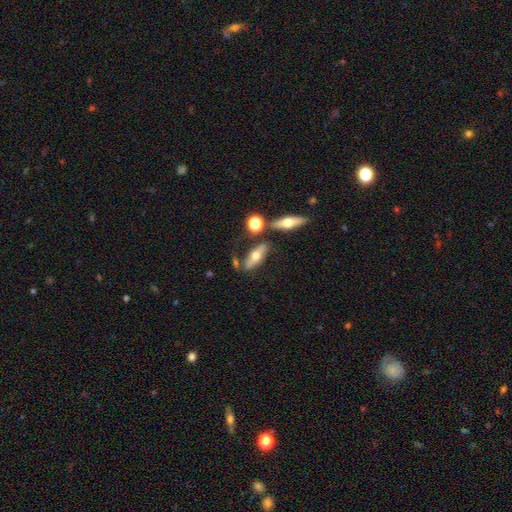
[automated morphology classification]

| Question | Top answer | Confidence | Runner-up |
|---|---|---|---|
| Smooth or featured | featured or disk | 48% | smooth (45%) |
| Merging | none | 67% | minor disturbance (15%) |